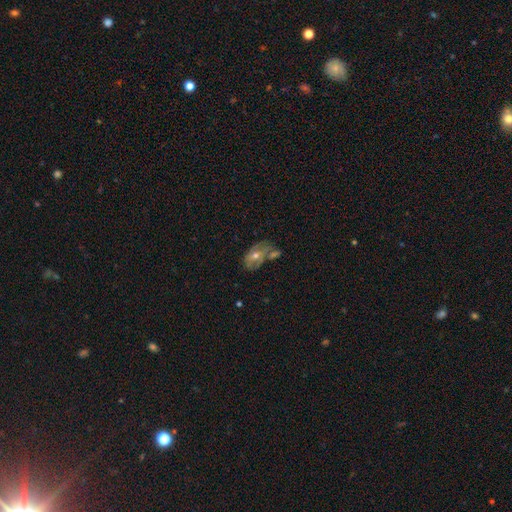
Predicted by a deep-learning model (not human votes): Smooth or featured? featured or disk (57%)
Edge-on disk? no (92%)
Bar? no (69%)
Spiral arms? yes (54%)
Bulge size? moderate (65%)
Merging? none (41%)